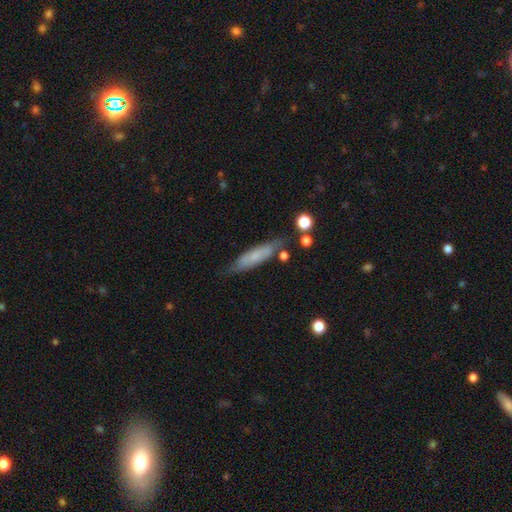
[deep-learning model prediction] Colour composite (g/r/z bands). It shows a smooth galaxy with no disk features (60%) that is cigar-shaped (74%). Merging: none (70%).